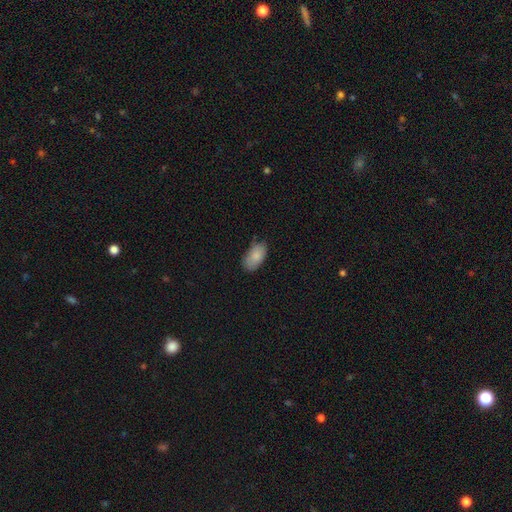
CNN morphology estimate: type=smooth (85%); roundness=in between (94%); merging=none (72%).